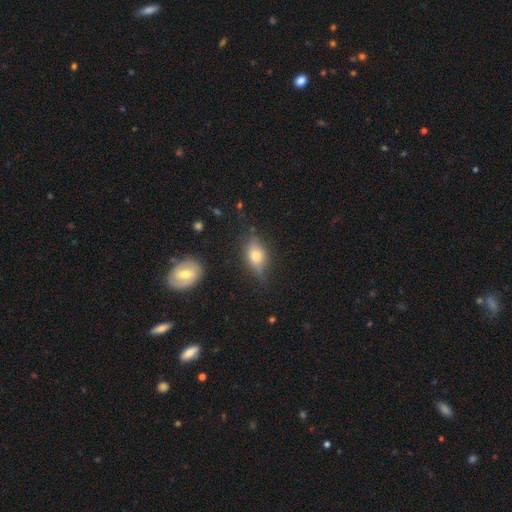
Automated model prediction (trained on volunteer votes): Smooth or featured? Predicted: smooth (p=0.59). How rounded? Predicted: in between (p=0.80). Merging? Predicted: none (p=0.71).